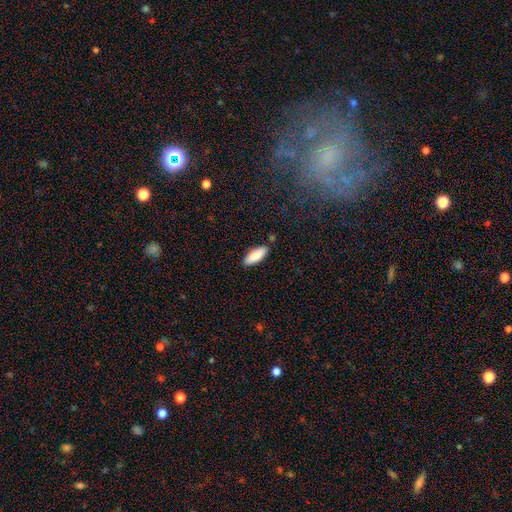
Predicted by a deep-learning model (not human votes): smooth-or-featured: smooth: 87% | featured or disk: 7% | star or artifact: 6%
  how-rounded: in between: 70% | cigar-shaped: 28% | round: 2%
  merging: none: 86% | minor disturbance: 9% | merger: 2% | major disturbance: 2%